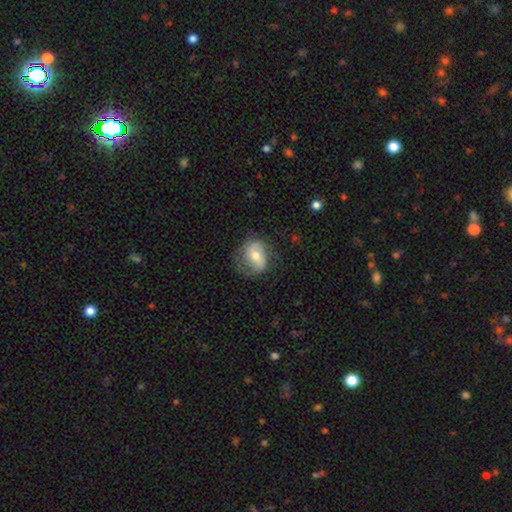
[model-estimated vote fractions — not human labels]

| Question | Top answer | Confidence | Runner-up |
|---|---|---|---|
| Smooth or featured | featured or disk | 59% | smooth (33%) |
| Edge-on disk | no | 97% | yes (3%) |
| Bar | no | 49% | weak (36%) |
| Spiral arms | yes | 85% | no (15%) |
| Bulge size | moderate | 68% | small (22%) |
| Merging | none | 66% | minor disturbance (21%) |